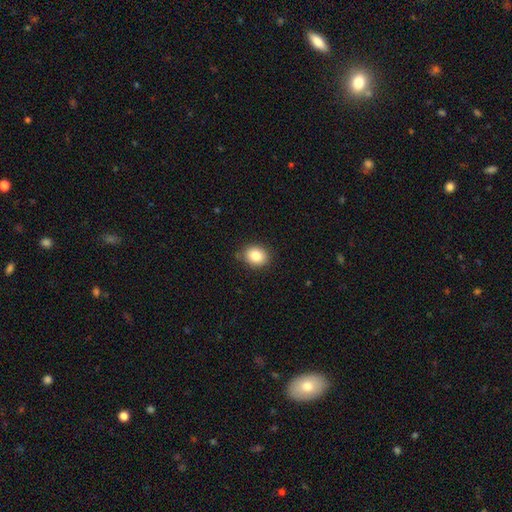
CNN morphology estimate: Smooth or featured?
  - smooth: 85% *
  - star or artifact: 9%
  - featured or disk: 6%
How rounded?
  - round: 58% *
  - in between: 41%
  - cigar-shaped: 1%
Merging?
  - none: 85% *
  - minor disturbance: 12%
  - major disturbance: 2%
  - merger: 1%